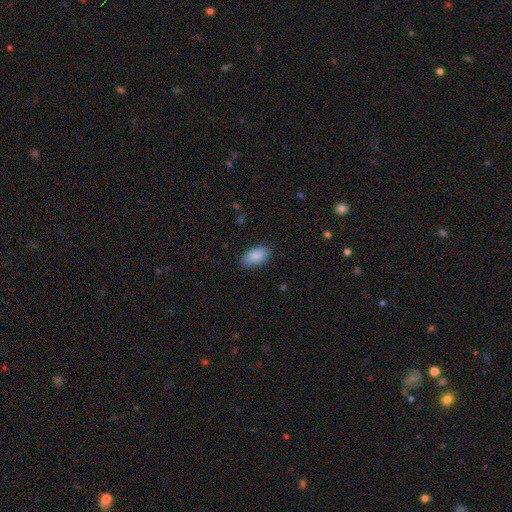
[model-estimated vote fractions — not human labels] Morphology: type=smooth (89%); roundness=in between (94%); merging=none (84%).